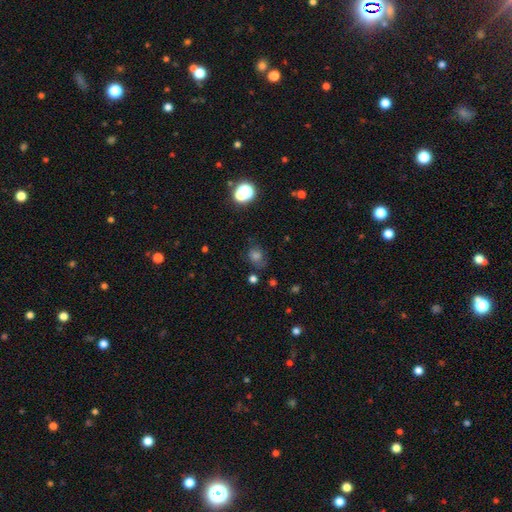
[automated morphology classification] Q: Smooth or featured?
A: smooth (59%); runner-up: star or artifact (27%)
Q: How rounded?
A: round (57%); runner-up: in between (41%)
Q: Merging?
A: none (66%); runner-up: minor disturbance (21%)